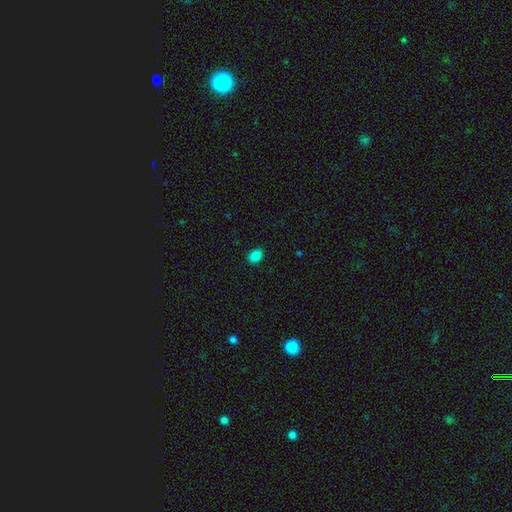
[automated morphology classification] The model was most divided on "how rounded": in between: 63%, round: 36%, cigar-shaped: 1%. More confident: merging — none (87%); smooth or featured — smooth (85%).